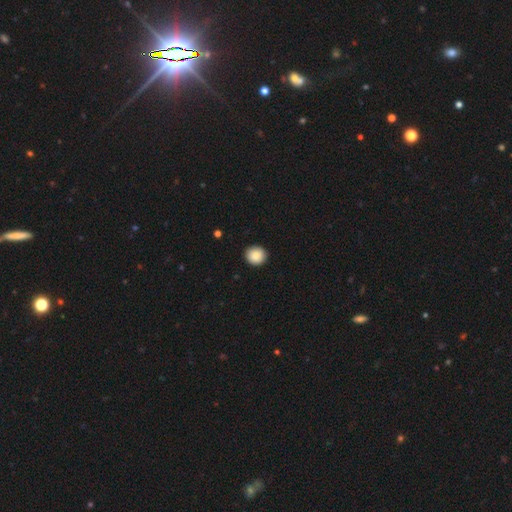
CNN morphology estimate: This is clearly a smooth galaxy (87%). How rounded: clearly round (88%). Merging: clearly none (92%).